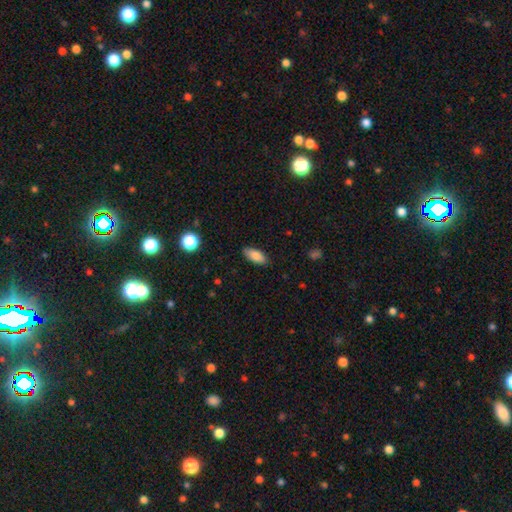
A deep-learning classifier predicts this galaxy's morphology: smooth 85%, featured or disk 7%, star or artifact 7%. Down the decision tree: how rounded — in between (84%); merging — none (87%).